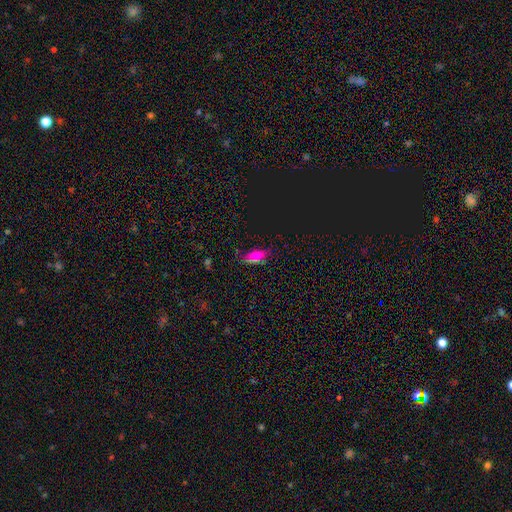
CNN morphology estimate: Smooth or featured? Predicted: smooth (p=0.56). How rounded? Predicted: in between (p=0.82). Merging? Predicted: none (p=0.76).